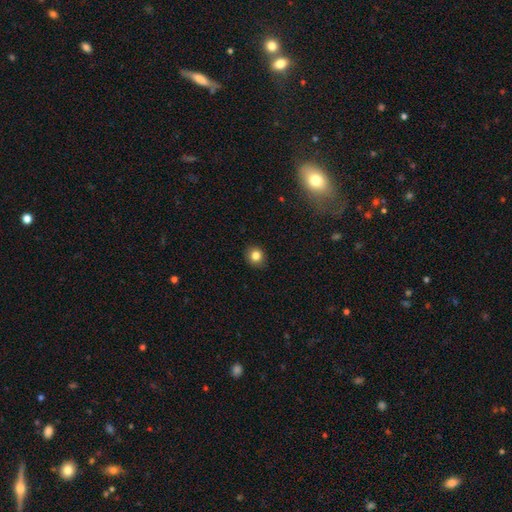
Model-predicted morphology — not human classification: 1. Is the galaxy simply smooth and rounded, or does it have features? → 83% smooth, 11% star or artifact, 6% featured or disk.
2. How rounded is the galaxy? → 84% round, 15% in between, 1% cigar-shaped.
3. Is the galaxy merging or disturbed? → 88% none, 9% minor disturbance, 2% major disturbance, 1% merger.